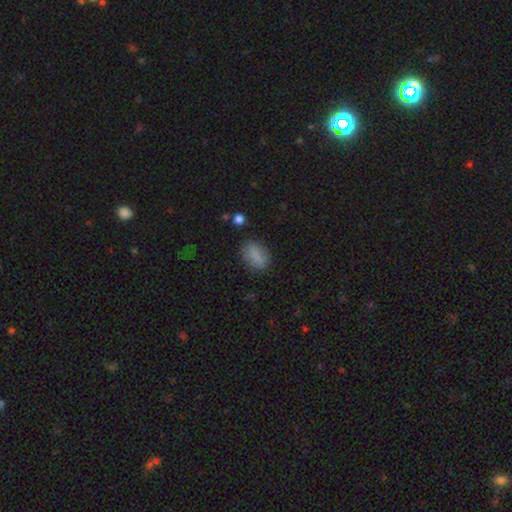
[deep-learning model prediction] A smooth galaxy with no disk features (85%) that is in between round and cigar-shaped (83%).

Vote fractions:
- Smooth or featured? smooth: 85% / star or artifact: 9% / featured or disk: 6%
- How rounded? in between: 83% / round: 14% / cigar-shaped: 2%
- Merging? none: 81% / minor disturbance: 14% / major disturbance: 4% / merger: 2%